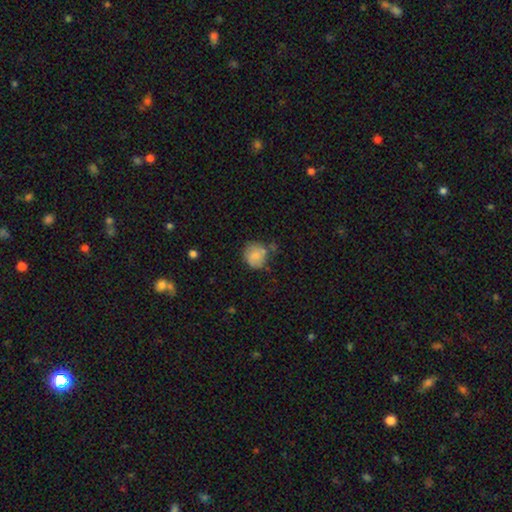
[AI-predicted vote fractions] Morphology: type=smooth (76%); roundness=round (83%); merging=none (61%).